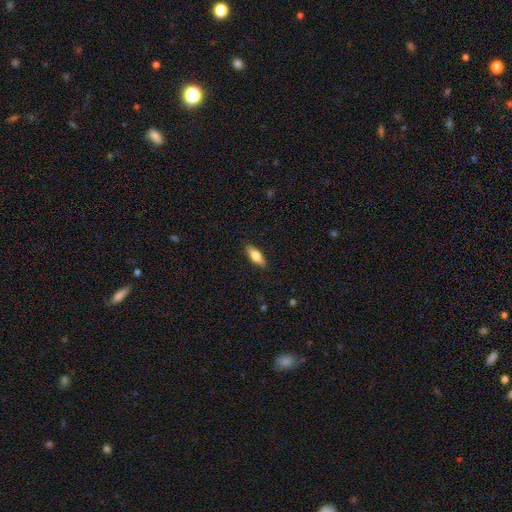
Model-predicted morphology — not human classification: Smooth or featured? smooth (71%)
How rounded? in between (64%)
Merging? none (88%)